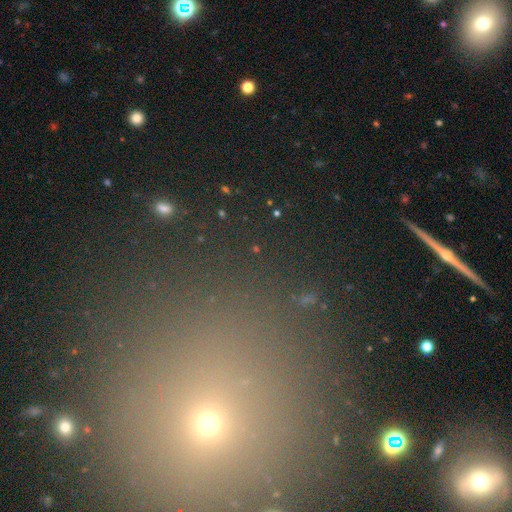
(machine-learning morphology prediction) This appears to be a star or artifact, not a galaxy (53%).